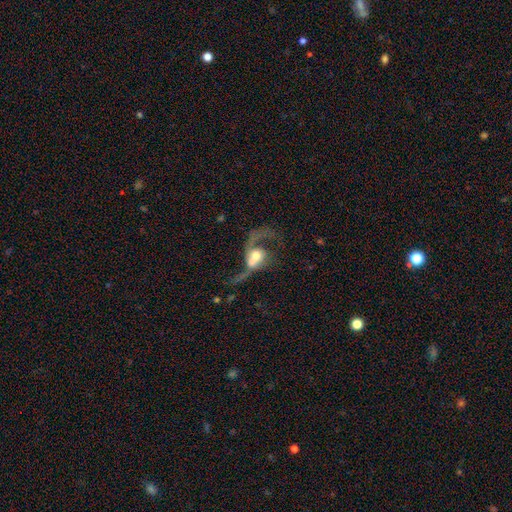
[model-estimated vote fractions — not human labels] Q: Smooth or featured?
A: featured or disk (69%); runner-up: smooth (23%)
Q: Edge-on disk?
A: no (95%); runner-up: yes (5%)
Q: Bar?
A: no (64%); runner-up: weak (27%)
Q: Spiral arms?
A: yes (78%); runner-up: no (22%)
Q: Spiral winding?
A: loose (83%); runner-up: medium (14%)
Q: Spiral arm count?
A: 2 (70%); runner-up: 1 (21%)
Q: Bulge size?
A: moderate (52%); runner-up: large (26%)
Q: Merging?
A: merger (36%); runner-up: major disturbance (32%)